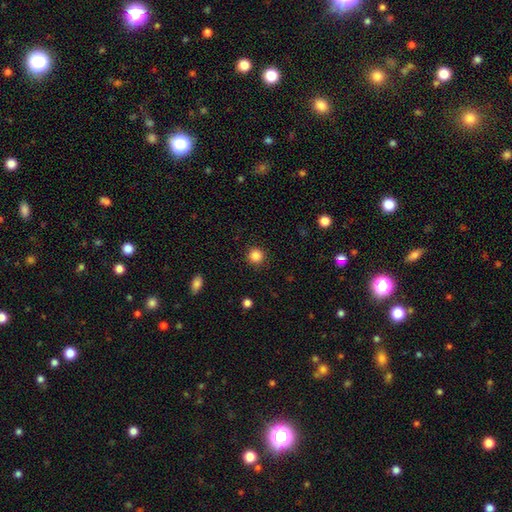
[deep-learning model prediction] Smooth or featured: smooth — 85% (star or artifact — 11%)
How rounded: round — 94% (in between — 5%)
Merging: none — 91% (minor disturbance — 6%)